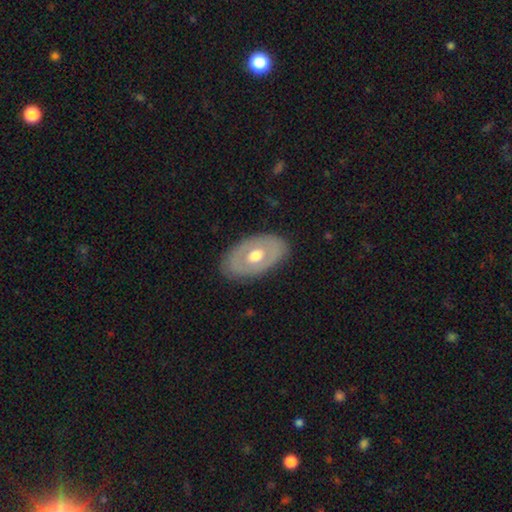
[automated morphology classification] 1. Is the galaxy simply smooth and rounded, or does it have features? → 49% featured or disk, 46% smooth, 5% star or artifact.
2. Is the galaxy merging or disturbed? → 82% none, 13% minor disturbance, 4% major disturbance, 1% merger.